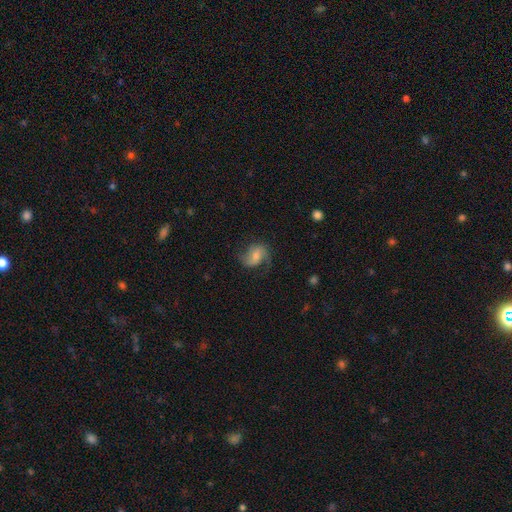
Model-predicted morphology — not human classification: A featured or disk galaxy (59%) with no bar (48%), 2 (79%) loose (46%) spiral arms (91%) and a moderate central bulge (46%). Merging: none (62%).